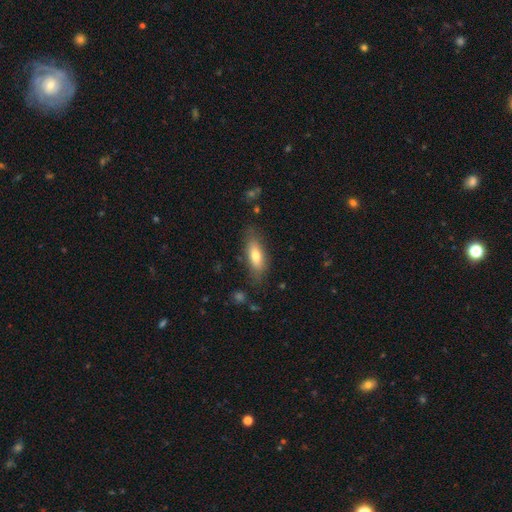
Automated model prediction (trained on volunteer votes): Smooth or featured? Predicted: smooth (p=0.73). How rounded? Predicted: in between (p=0.69). Merging? Predicted: none (p=0.75).